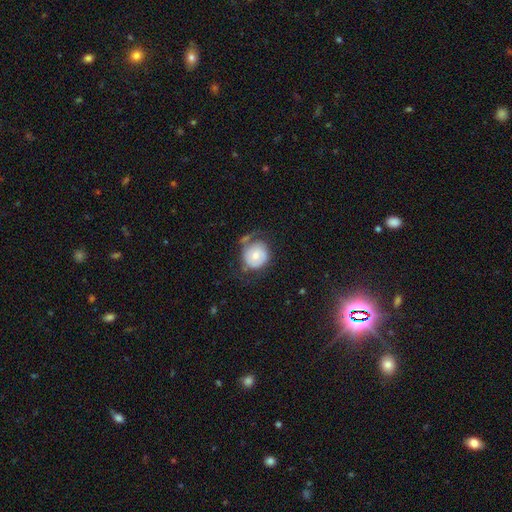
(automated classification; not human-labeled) This is possibly a smooth galaxy (56%). How rounded: clearly round (87%). Merging: marginally none (41%).